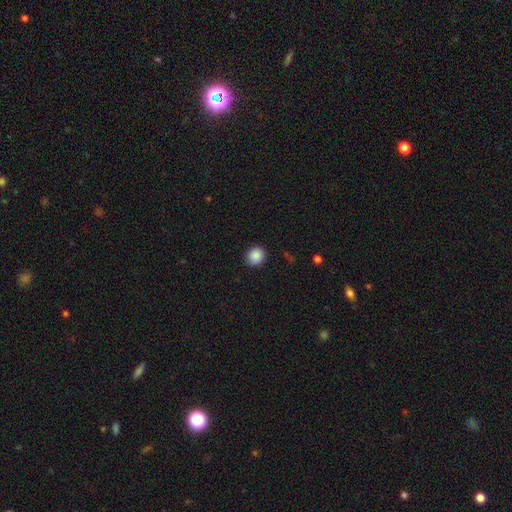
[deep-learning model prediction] smooth_or_featured: smooth (p=0.88) [alt: star or artifact p=0.09]
how_rounded: round (p=0.84) [alt: in between p=0.15]
merging: none (p=0.89) [alt: minor disturbance p=0.08]